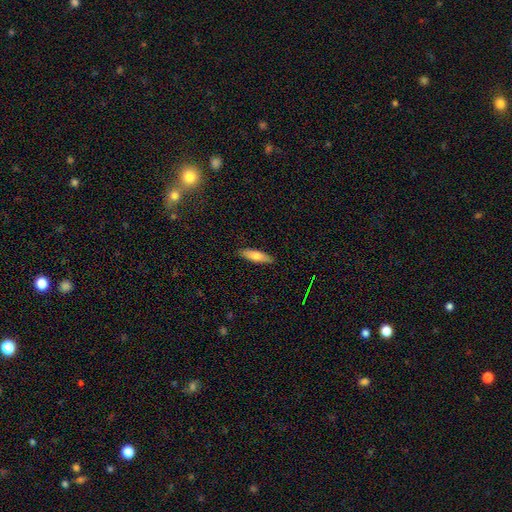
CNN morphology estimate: Overall: smooth (78%). How rounded: cigar-shaped (58%; in between 40%). Merging: none (87%).